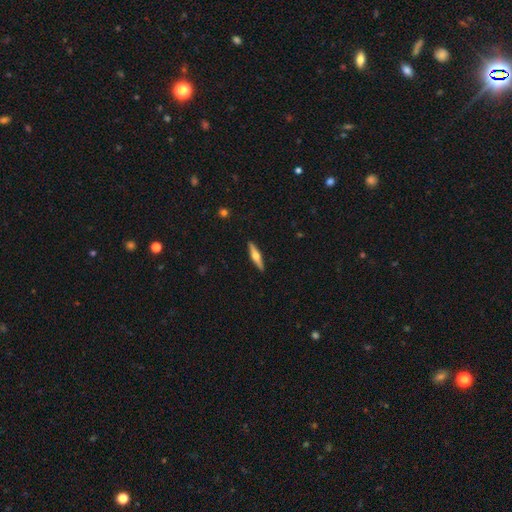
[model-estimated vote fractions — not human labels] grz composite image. It shows a featured or disk galaxy (61%) viewed edge-on (97%) with a rounded central bulge (93%). Merging: none (91%).